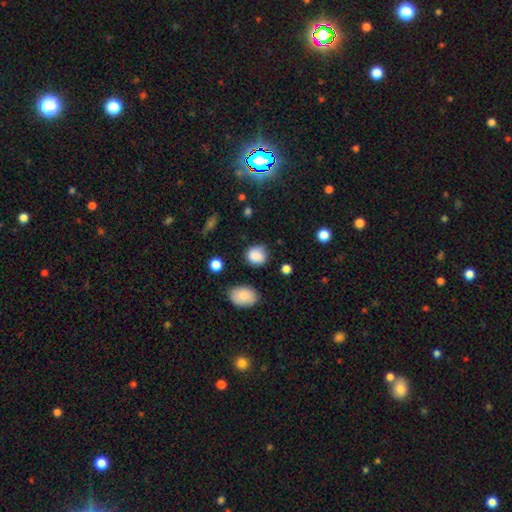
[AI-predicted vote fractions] Smooth or featured: smooth — 85% (star or artifact — 10%)
How rounded: round — 75% (in between — 24%)
Merging: none — 73% (minor disturbance — 19%)